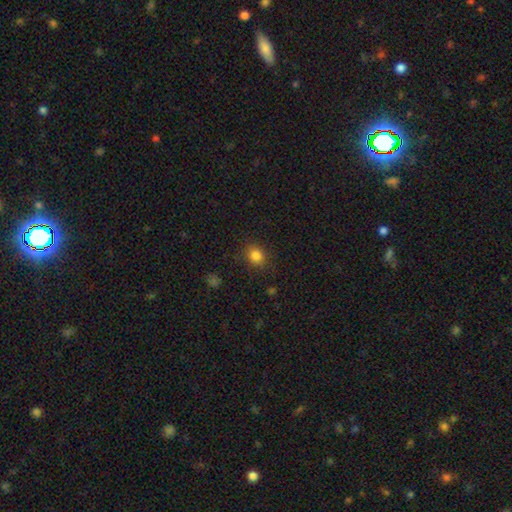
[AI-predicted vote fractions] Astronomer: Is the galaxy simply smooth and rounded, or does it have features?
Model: smooth — 83%.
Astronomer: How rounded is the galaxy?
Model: round — 73%.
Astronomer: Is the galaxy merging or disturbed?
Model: none — 85%.